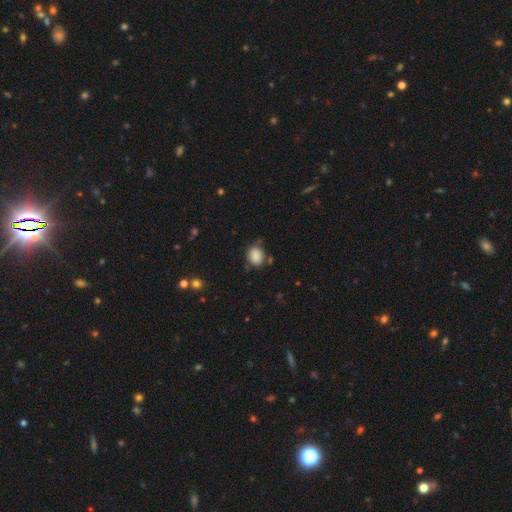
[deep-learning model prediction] Smooth or featured? Predicted: smooth (p=0.86). How rounded? Predicted: round (p=0.60). Merging? Predicted: none (p=0.71).